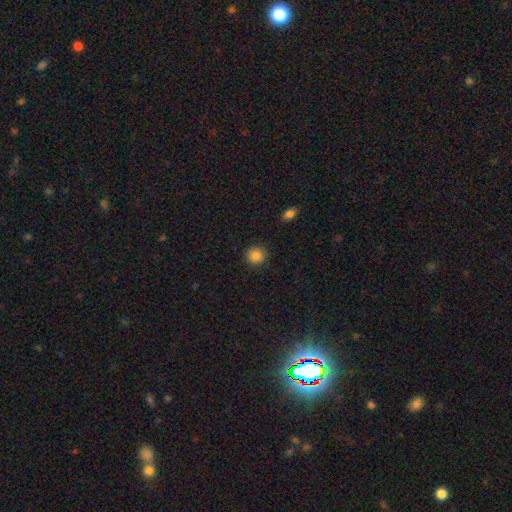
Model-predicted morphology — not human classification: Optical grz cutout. It shows a smooth galaxy with no disk features (85%) that is round (90%). Merging: none (91%).